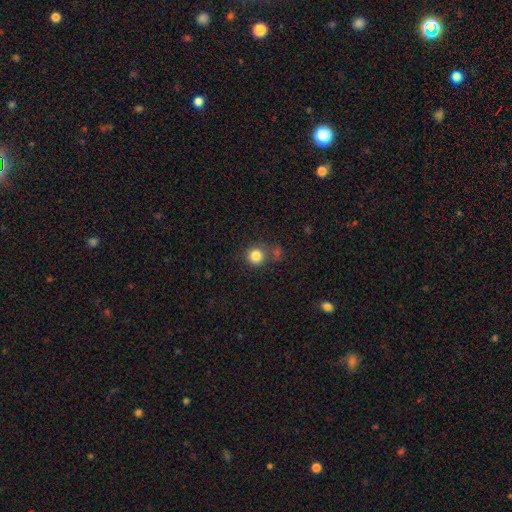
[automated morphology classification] smooth 83%, star or artifact 11%, featured or disk 5%. Down the decision tree: how rounded — round (92%); merging — none (71%).